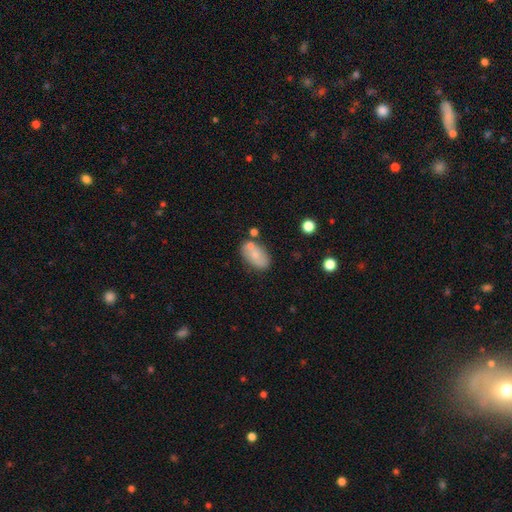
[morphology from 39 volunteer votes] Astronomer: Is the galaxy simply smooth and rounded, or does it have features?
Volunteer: smooth — 72%.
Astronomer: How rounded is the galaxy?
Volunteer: in between — 89%.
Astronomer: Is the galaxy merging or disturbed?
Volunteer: none — 54%.